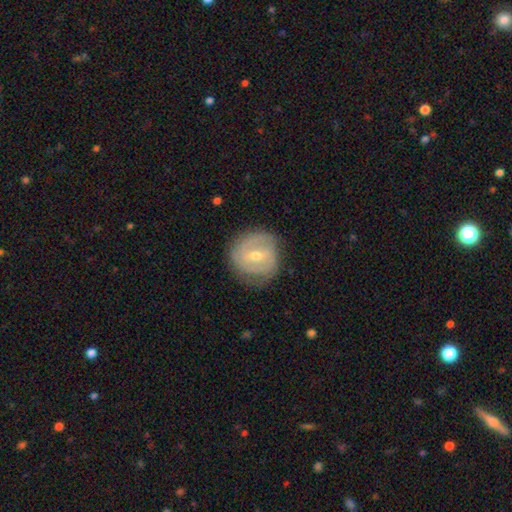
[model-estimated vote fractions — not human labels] Smooth or featured?
  - featured or disk: 72% *
  - smooth: 22%
  - star or artifact: 6%
Edge-on disk?
  - no: 97% *
  - yes: 3%
Bar?
  - weak: 51% *
  - no: 30%
  - strong: 20%
Spiral arms?
  - yes: 80% *
  - no: 20%
Spiral winding?
  - tight: 59% *
  - medium: 31%
  - loose: 11%
Spiral arm count?
  - 2: 48% *
  - can't tell: 31%
  - 3: 10%
  - 1: 5%
  - 4: 3%
  - more than 4: 3%
Bulge size?
  - moderate: 52% *
  - small: 45%
  - large: 1%
  - none: 1%
  - dominant: 1%
Merging?
  - none: 76% *
  - minor disturbance: 18%
  - major disturbance: 6%
  - merger: 1%